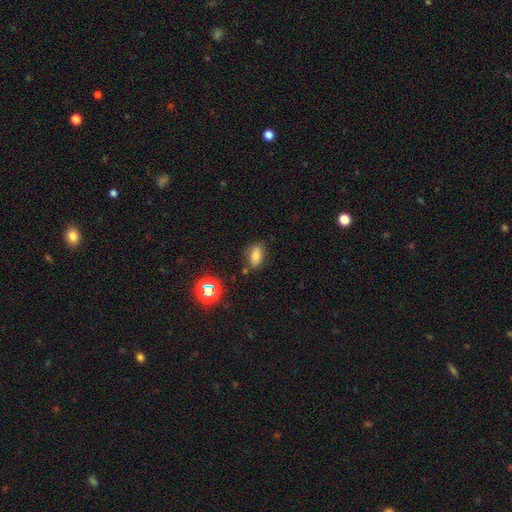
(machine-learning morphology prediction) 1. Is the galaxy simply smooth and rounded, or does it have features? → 76% smooth, 15% star or artifact, 10% featured or disk.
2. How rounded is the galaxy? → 85% in between, 8% round, 7% cigar-shaped.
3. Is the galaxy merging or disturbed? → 73% none, 18% minor disturbance, 5% major disturbance, 5% merger.